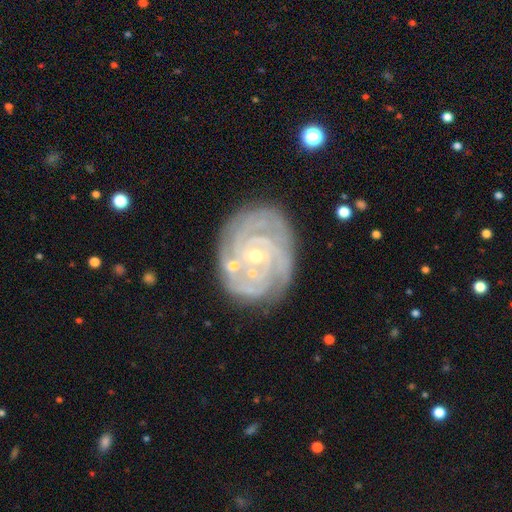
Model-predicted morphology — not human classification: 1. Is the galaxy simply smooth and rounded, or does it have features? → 88% featured or disk, 7% star or artifact, 6% smooth.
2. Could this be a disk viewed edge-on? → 97% no, 3% yes.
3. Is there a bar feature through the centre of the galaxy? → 65% no, 27% weak, 8% strong.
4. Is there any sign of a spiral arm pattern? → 98% yes, 2% no.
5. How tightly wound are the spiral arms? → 80% tight, 17% medium, 3% loose.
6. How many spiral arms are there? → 29% 3, 28% 4, 17% can't tell, 11% 2, 9% more than 4, 6% 1.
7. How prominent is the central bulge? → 68% small, 28% moderate, 1% large, 1% none, 1% dominant.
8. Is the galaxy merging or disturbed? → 73% none, 16% minor disturbance, 7% merger, 5% major disturbance.